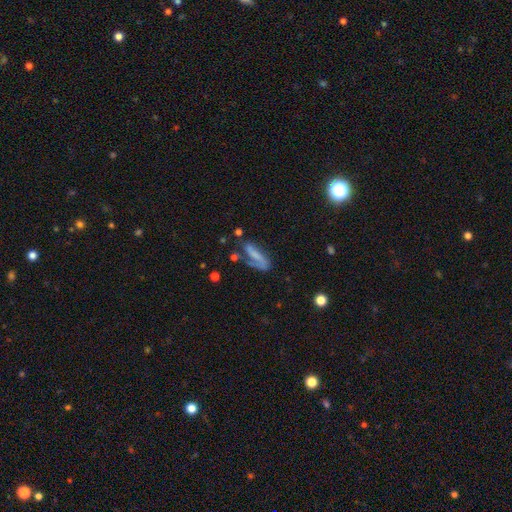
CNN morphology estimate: type=smooth (47%); merging=none (40%).